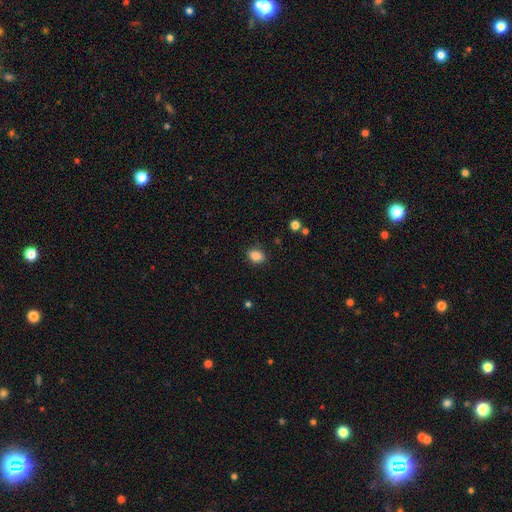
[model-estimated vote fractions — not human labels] This is clearly a smooth galaxy (87%). How rounded: likely in between (68%). Merging: clearly none (83%).